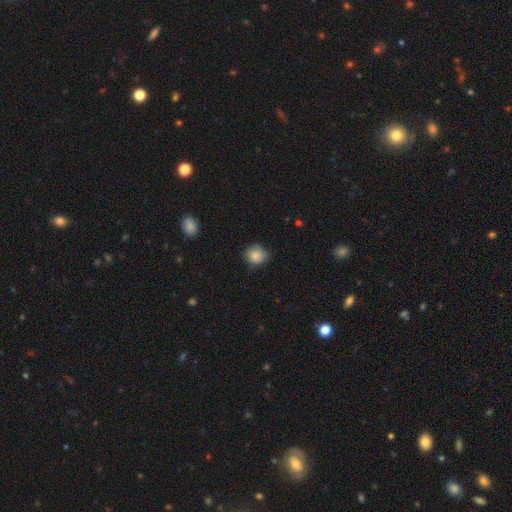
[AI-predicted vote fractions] This is clearly a smooth galaxy (84%). How rounded: likely round (74%). Merging: likely none (65%).